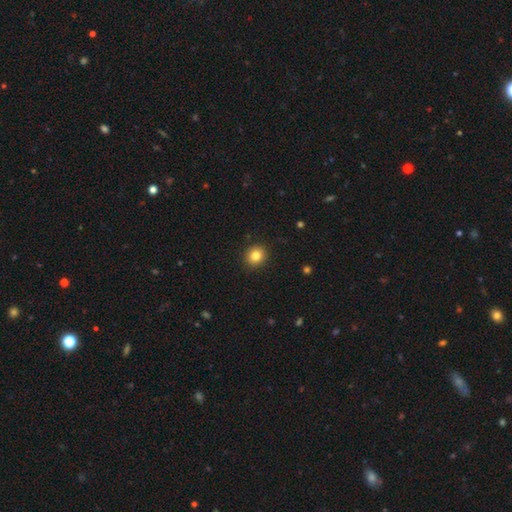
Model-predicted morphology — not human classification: This appears to be a smooth galaxy with no disk features (83%) that is round (82%). Merging: none (91%).